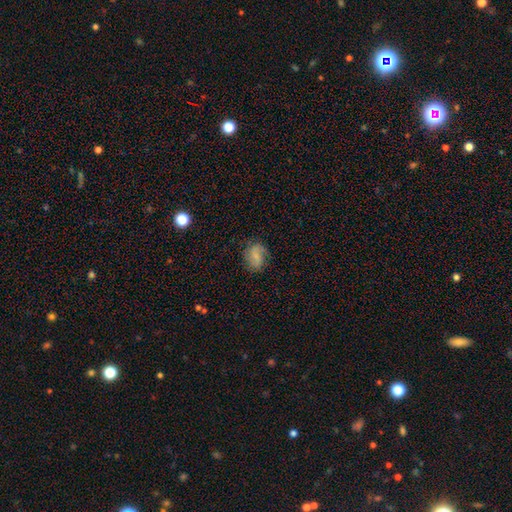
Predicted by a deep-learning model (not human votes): smooth_or_featured: smooth (p=0.55) [alt: featured or disk p=0.36]
how_rounded: in between (p=0.57) [alt: round p=0.41]
merging: none (p=0.68) [alt: minor disturbance p=0.21]